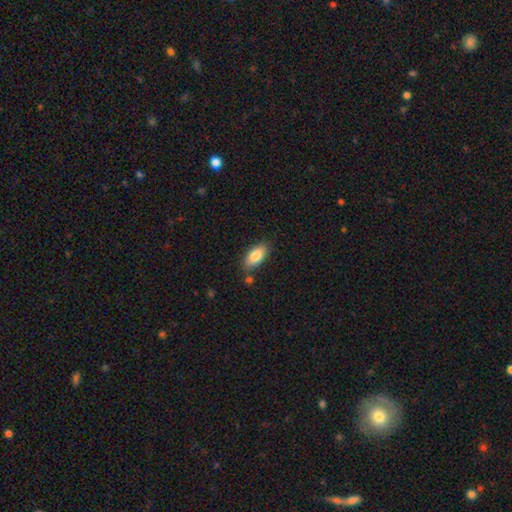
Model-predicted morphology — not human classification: Smooth or featured: smooth — 84% (featured or disk — 9%)
How rounded: in between — 89% (cigar-shaped — 8%)
Merging: none — 76% (minor disturbance — 15%)